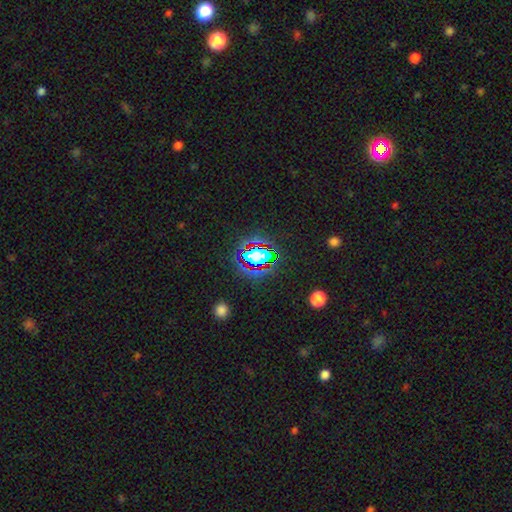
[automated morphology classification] A star or artifact, not a galaxy (69%).